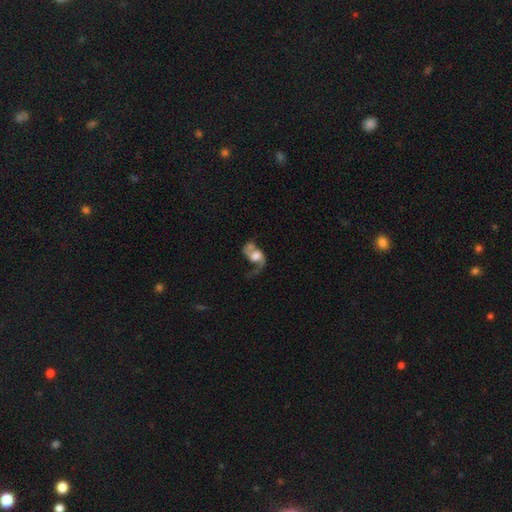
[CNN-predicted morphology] The model was most divided on "merging": major disturbance: 33%, merger: 27%, none: 26%, minor disturbance: 14%. Remaining: edge-on disk — no (97%); spiral arms — yes (86%); spiral winding — loose (71%); smooth or featured — featured or disk (70%); bar — no (63%); spiral arm count — 2 (55%); bulge size — large (41%).